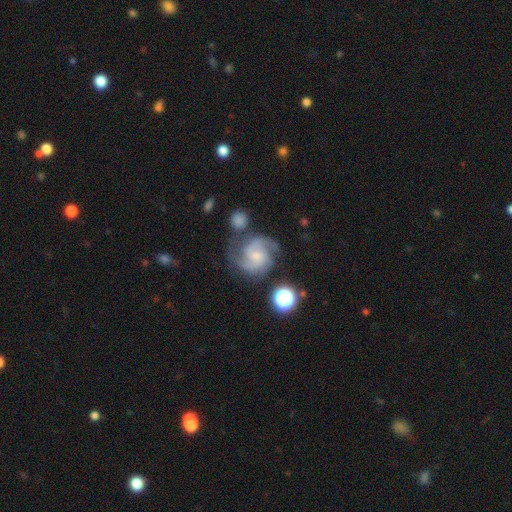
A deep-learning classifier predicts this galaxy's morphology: smooth_or_featured: featured or disk (p=0.87) [alt: star or artifact p=0.07]
disk_edge_on: no (p=0.98) [alt: yes p=0.02]
bar: no (p=0.56) [alt: weak p=0.36]
has_spiral_arms: yes (p=0.98) [alt: no p=0.02]
spiral_winding: medium (p=0.53) [alt: tight p=0.36]
spiral_arm_count: 2 (p=0.74) [alt: 3 p=0.13]
bulge_size: small (p=0.64) [alt: moderate p=0.25]
merging: none (p=0.68) [alt: minor disturbance p=0.17]